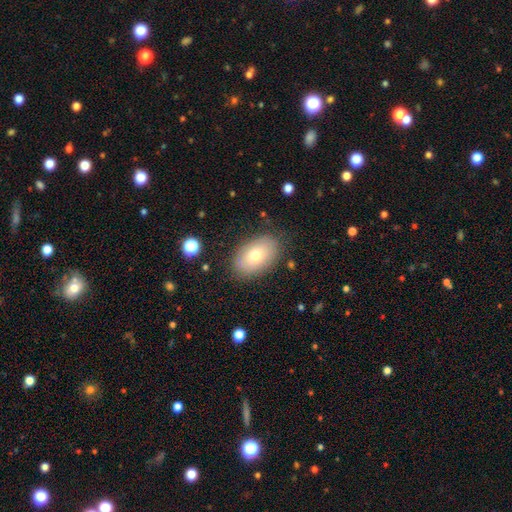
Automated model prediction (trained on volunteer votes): Morphology: type=smooth (70%); roundness=in between (89%); merging=none (82%).